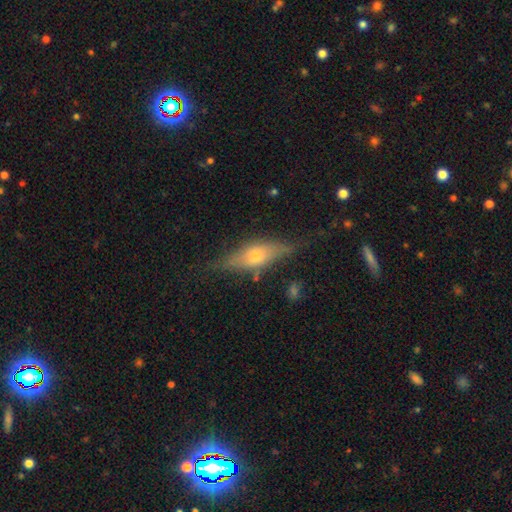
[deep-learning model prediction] Smooth or featured?
  - featured or disk: 56% *
  - smooth: 36%
  - star or artifact: 8%
Edge-on disk?
  - yes: 84% *
  - no: 16%
Merging?
  - none: 72% *
  - minor disturbance: 19%
  - major disturbance: 6%
  - merger: 2%